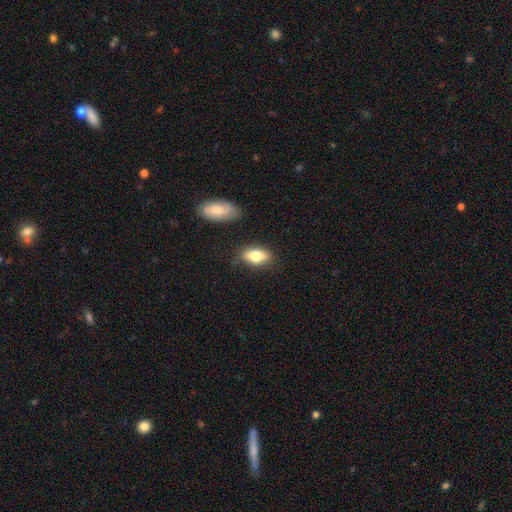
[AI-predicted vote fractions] Morphology: type=smooth (74%); roundness=in between (86%); merging=none (73%).